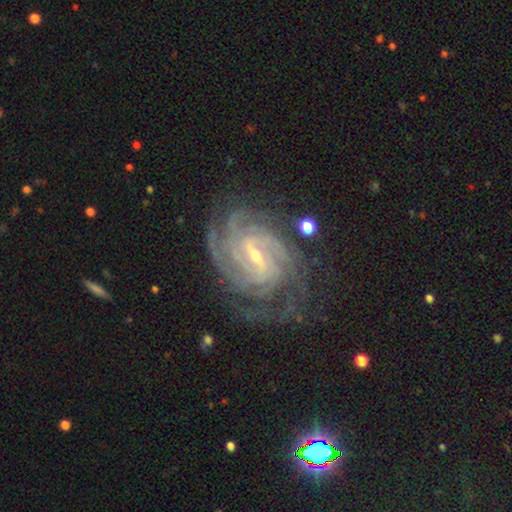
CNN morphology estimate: smooth_or_featured: featured or disk (p=0.93) [alt: star or artifact p=0.04]
disk_edge_on: no (p=0.97) [alt: yes p=0.03]
bar: weak (p=0.44) [alt: strong p=0.43]
has_spiral_arms: yes (p=0.98) [alt: no p=0.02]
spiral_winding: tight (p=0.74) [alt: medium p=0.22]
spiral_arm_count: 4 (p=0.36) [alt: can't tell p=0.16]
bulge_size: small (p=0.67) [alt: moderate p=0.30]
merging: none (p=0.73) [alt: minor disturbance p=0.17]